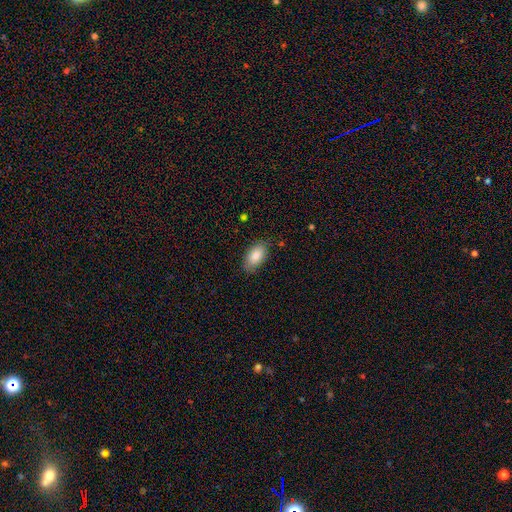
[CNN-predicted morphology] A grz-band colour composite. It shows a smooth galaxy with no disk features (86%) that is in between round and cigar-shaped (93%). Merging: none (82%).